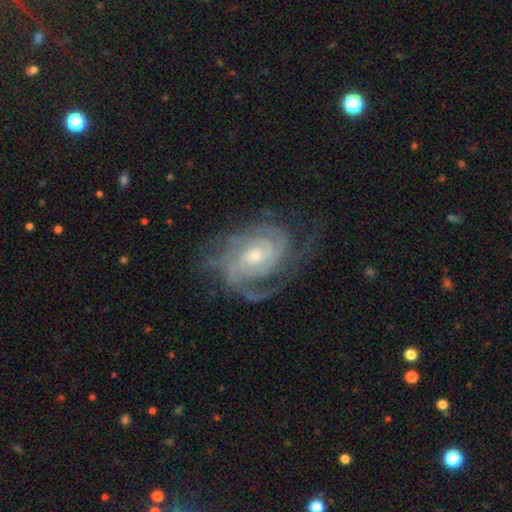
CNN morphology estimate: This is clearly a featured or disk galaxy (91%). It is clearly not viewed edge-on (97%). Bar: possibly no (50%). Spiral arm pattern: clearly yes (98%). Spiral arm count: marginally 2 (35%). Spiral winding: likely tight (68%). Central bulge: possibly moderate (57%). Merging: likely none (67%).